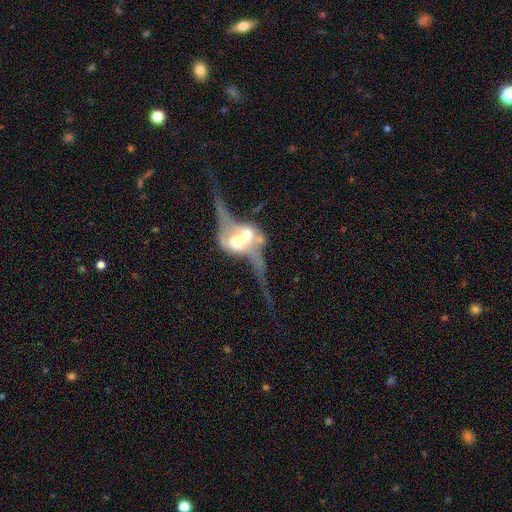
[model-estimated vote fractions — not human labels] This is clearly a featured or disk galaxy (84%). It is likely not viewed edge-on (64%). Bar: possibly strong (57%). Spiral arm pattern: likely yes (73%). Central bulge: marginally large (32%). Merging: marginally none (34%).